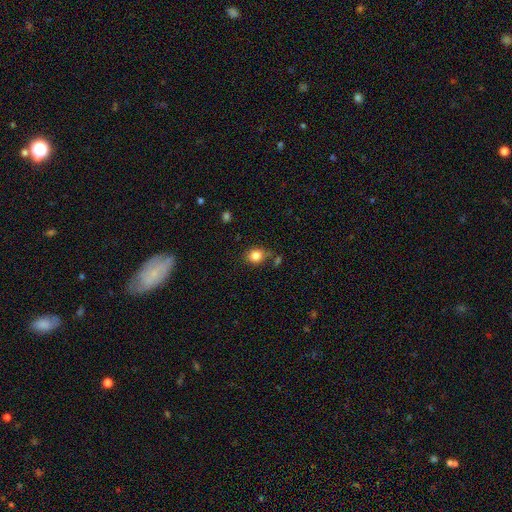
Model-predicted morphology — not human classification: Smooth or featured? smooth (83%)
How rounded? round (55%)
Merging? none (68%)